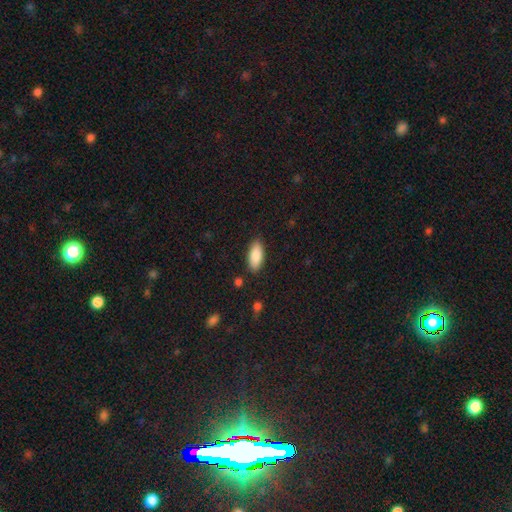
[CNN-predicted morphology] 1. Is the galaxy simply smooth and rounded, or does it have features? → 86% smooth, 7% featured or disk, 7% star or artifact.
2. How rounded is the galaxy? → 88% in between, 10% cigar-shaped, 2% round.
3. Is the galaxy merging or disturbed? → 86% none, 10% minor disturbance, 2% major disturbance, 2% merger.